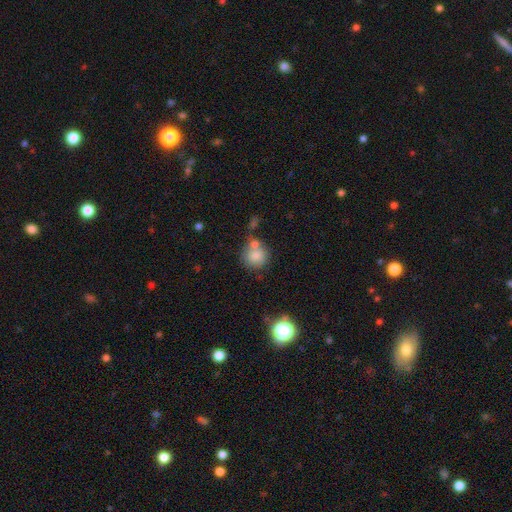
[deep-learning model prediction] Overall: smooth (80%). How rounded: round (84%). Merging: none (53%; merger 27%).